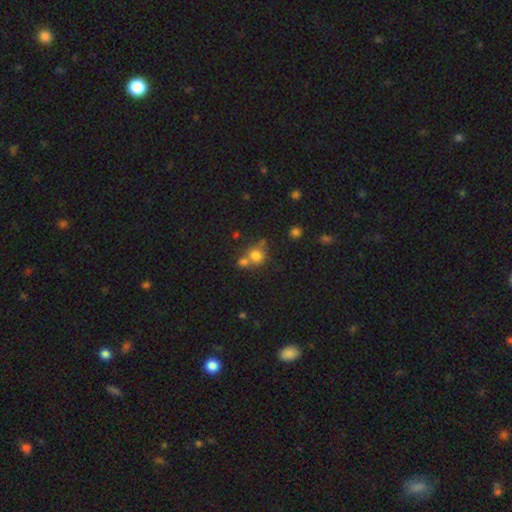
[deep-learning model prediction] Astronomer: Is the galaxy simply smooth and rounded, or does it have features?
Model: smooth — 74%.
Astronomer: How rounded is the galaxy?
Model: round — 82%.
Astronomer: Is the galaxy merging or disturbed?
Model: none — 44% (runner-up: merger, 40%).